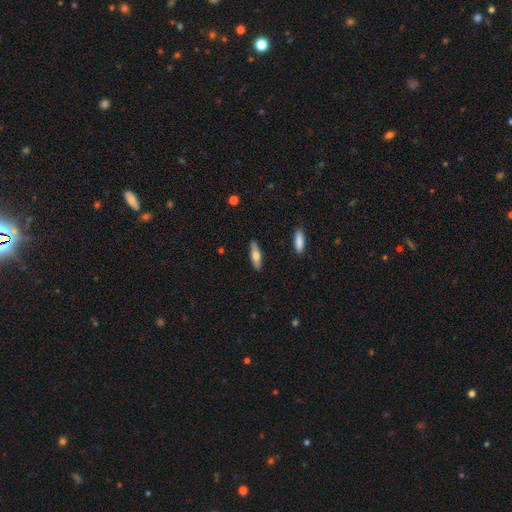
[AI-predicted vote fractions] Q: Smooth or featured?
A: smooth (59%); runner-up: featured or disk (35%)
Q: How rounded?
A: cigar-shaped (63%); runner-up: in between (34%)
Q: Merging?
A: none (88%); runner-up: minor disturbance (9%)